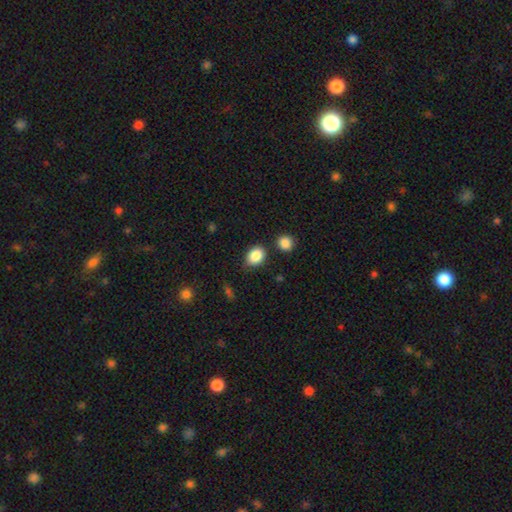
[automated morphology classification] This appears to be a smooth galaxy with no disk features (87%) that is in between round and cigar-shaped (60%). Merging: none (76%).